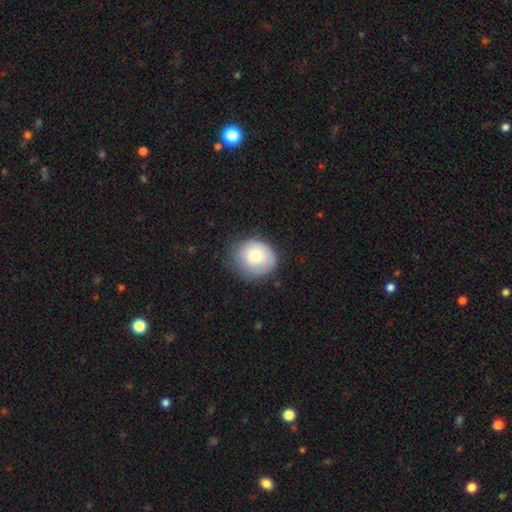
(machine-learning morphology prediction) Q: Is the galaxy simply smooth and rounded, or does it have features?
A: smooth — 74%.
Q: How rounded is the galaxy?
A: round — 75%.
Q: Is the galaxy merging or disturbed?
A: none — 66%.